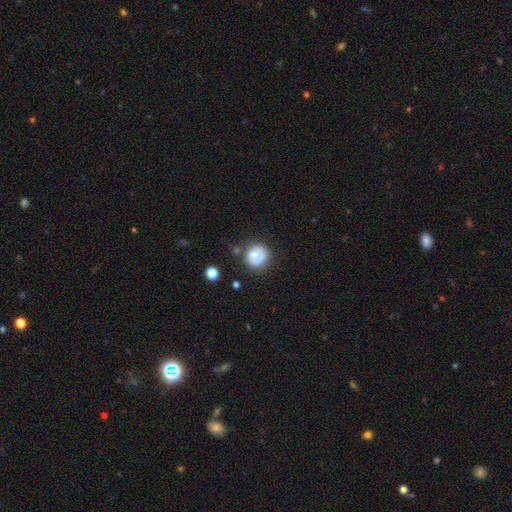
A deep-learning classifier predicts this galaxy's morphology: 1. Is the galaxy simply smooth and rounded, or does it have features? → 69% smooth, 23% featured or disk, 8% star or artifact.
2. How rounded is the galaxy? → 86% round, 13% in between, 1% cigar-shaped.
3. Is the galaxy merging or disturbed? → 63% none, 21% minor disturbance, 9% major disturbance, 8% merger.